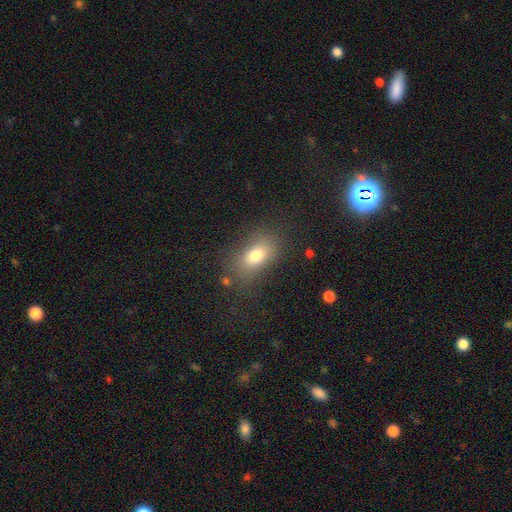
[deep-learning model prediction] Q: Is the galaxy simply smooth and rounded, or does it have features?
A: smooth — 76%.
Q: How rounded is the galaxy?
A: in between — 80%.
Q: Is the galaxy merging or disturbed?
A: none — 75%.